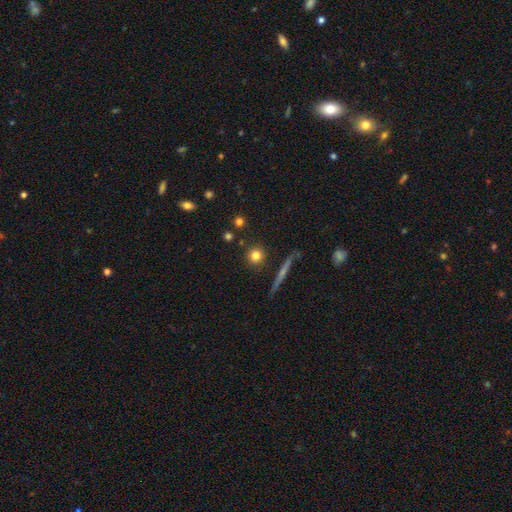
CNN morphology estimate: The model was most divided on "smooth or featured": smooth: 77%, star or artifact: 12%, featured or disk: 11%. More confident: how rounded — round (91%); merging — none (86%).